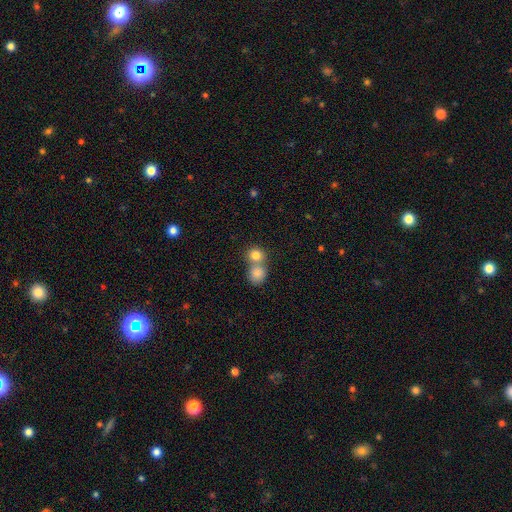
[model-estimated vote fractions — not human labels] Overall: smooth (82%). How rounded: round (83%). Merging: merger (52%; none 40%).